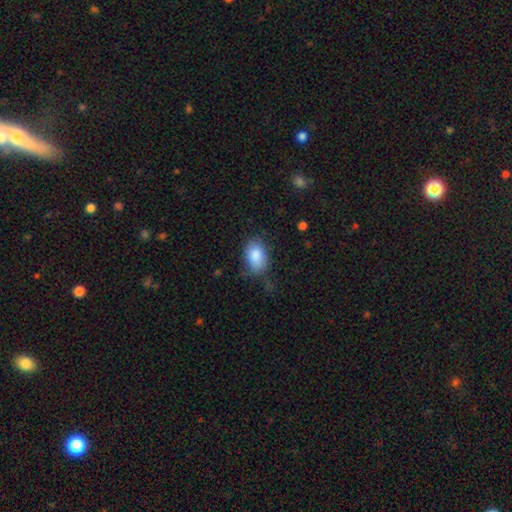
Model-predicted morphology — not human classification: A smooth galaxy with no disk features (86%) that is in between round and cigar-shaped (87%).

Vote fractions:
- Smooth or featured? smooth: 86% / star or artifact: 7% / featured or disk: 7%
- How rounded? in between: 87% / round: 11% / cigar-shaped: 1%
- Merging? none: 59% / minor disturbance: 28% / major disturbance: 11% / merger: 2%